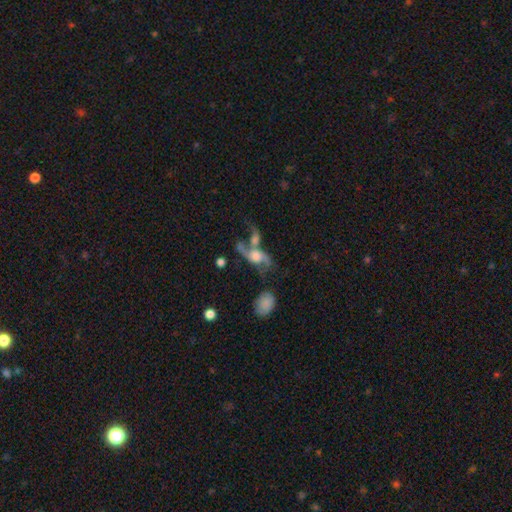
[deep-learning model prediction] Smooth or featured: featured or disk — 70% (smooth — 20%)
Edge-on disk: no — 89% (yes — 11%)
Bar: no — 69% (weak — 24%)
Spiral arms: yes — 82% (no — 18%)
Spiral winding: loose — 76% (medium — 18%)
Spiral arm count: 2 — 85% (1 — 7%)
Bulge size: moderate — 36% (large — 33%)
Merging: merger — 48% (none — 22%)